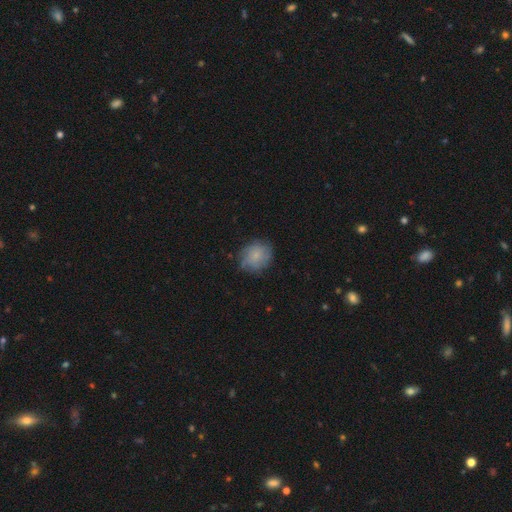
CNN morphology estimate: This is likely a smooth galaxy (61%). How rounded: likely round (66%). Merging: likely none (72%).